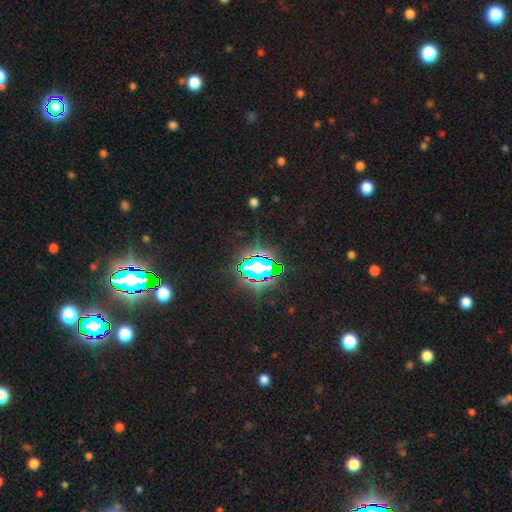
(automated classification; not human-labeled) star or artifact 82%, smooth 11%, featured or disk 8%.